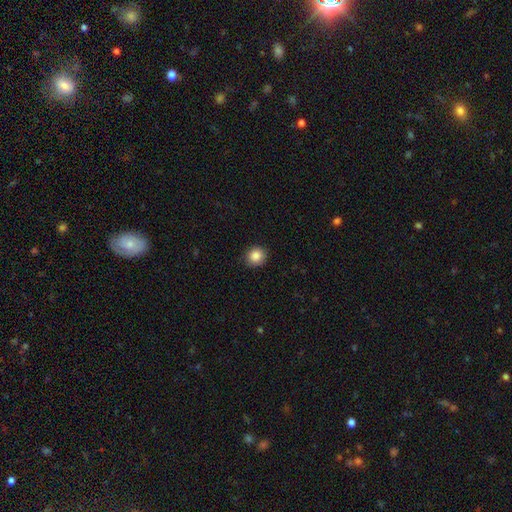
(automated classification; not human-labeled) Smooth or featured? smooth (87%)
How rounded? round (85%)
Merging? none (88%)